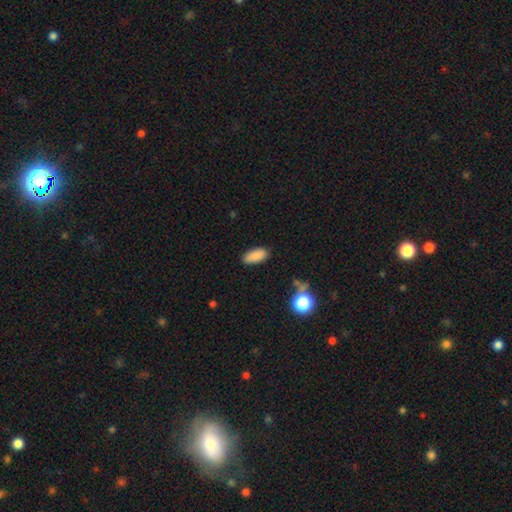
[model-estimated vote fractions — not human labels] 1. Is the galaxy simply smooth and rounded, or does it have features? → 88% smooth, 8% star or artifact, 4% featured or disk.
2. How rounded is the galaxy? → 85% in between, 12% cigar-shaped, 2% round.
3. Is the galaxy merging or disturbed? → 85% none, 11% minor disturbance, 2% major disturbance, 2% merger.